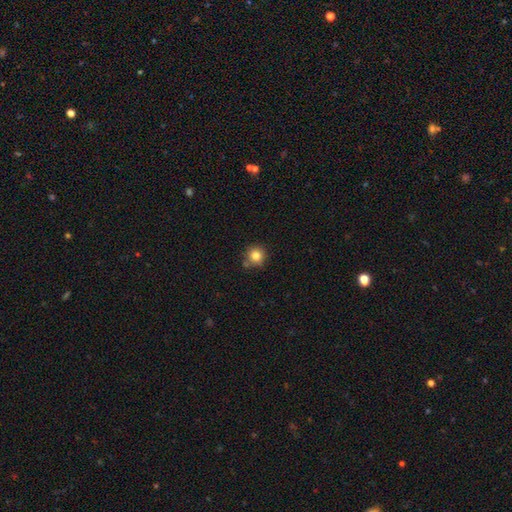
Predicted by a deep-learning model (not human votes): Morphology: type=smooth (83%); roundness=round (93%); merging=none (76%).